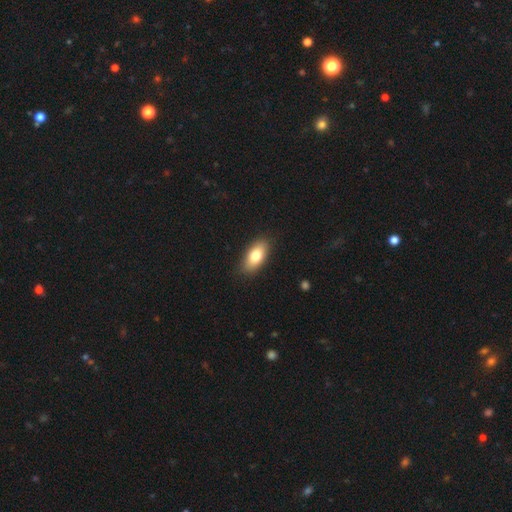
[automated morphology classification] Smooth or featured?
  - smooth: 77% *
  - featured or disk: 16%
  - star or artifact: 7%
How rounded?
  - in between: 88% *
  - cigar-shaped: 8%
  - round: 4%
Merging?
  - none: 88% *
  - minor disturbance: 9%
  - major disturbance: 2%
  - merger: 1%